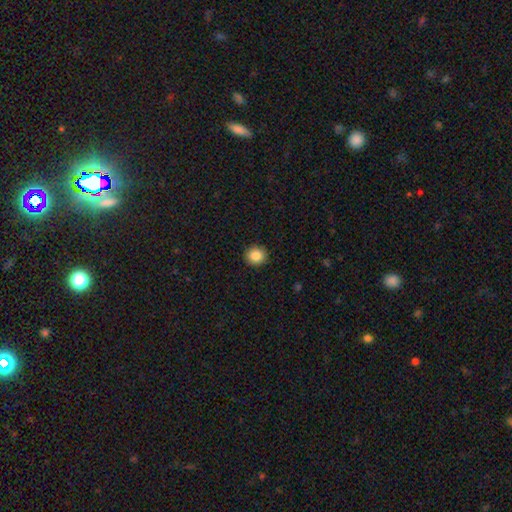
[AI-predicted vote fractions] Morphology: type=smooth (86%); roundness=round (89%); merging=none (91%).